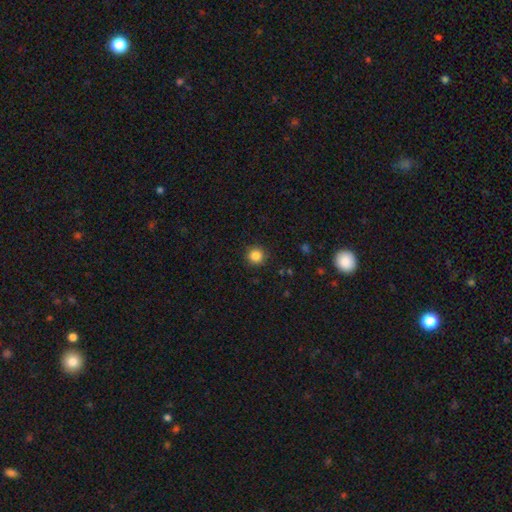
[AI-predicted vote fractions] This is clearly a smooth galaxy (86%). How rounded: clearly round (95%). Merging: clearly none (91%).